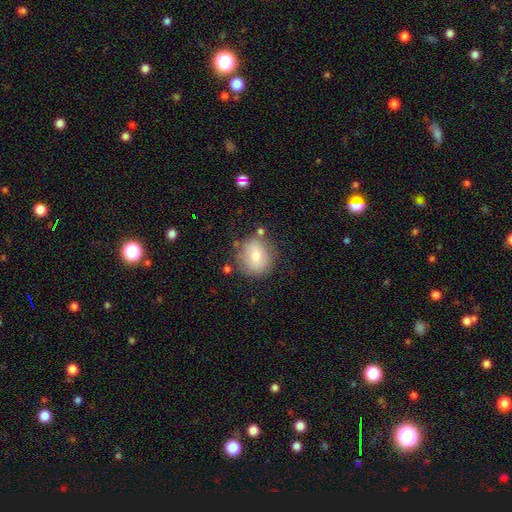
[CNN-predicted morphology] Q: Smooth or featured?
A: smooth (74%); runner-up: featured or disk (18%)
Q: How rounded?
A: round (72%); runner-up: in between (27%)
Q: Merging?
A: none (73%); runner-up: minor disturbance (17%)